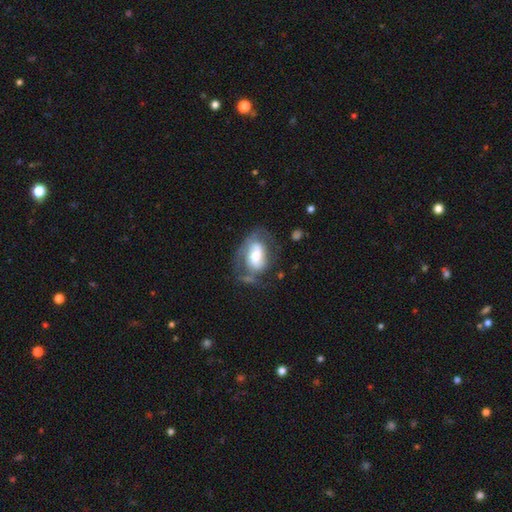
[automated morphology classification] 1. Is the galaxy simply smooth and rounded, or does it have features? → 62% featured or disk, 31% smooth, 7% star or artifact.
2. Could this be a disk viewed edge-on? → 96% no, 4% yes.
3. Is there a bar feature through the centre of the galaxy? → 41% no, 39% weak, 20% strong.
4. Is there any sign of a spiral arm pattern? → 74% yes, 26% no.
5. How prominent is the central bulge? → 44% moderate, 31% large, 17% small, 4% dominant, 4% none.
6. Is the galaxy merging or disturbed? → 43% none, 26% minor disturbance, 26% major disturbance, 5% merger.